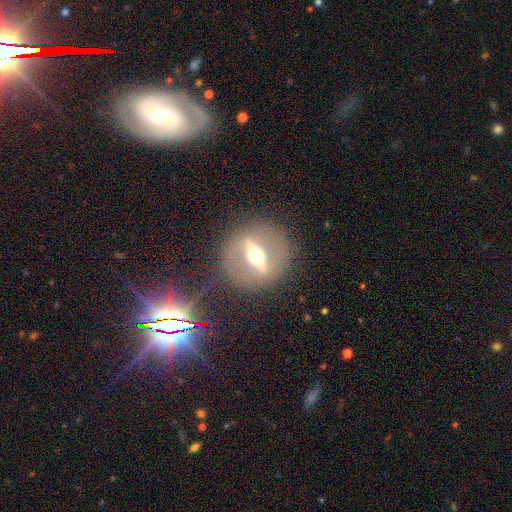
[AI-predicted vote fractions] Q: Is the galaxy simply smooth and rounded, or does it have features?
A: featured or disk — 77%.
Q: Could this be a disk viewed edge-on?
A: yes — 51%.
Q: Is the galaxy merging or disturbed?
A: none — 86%.